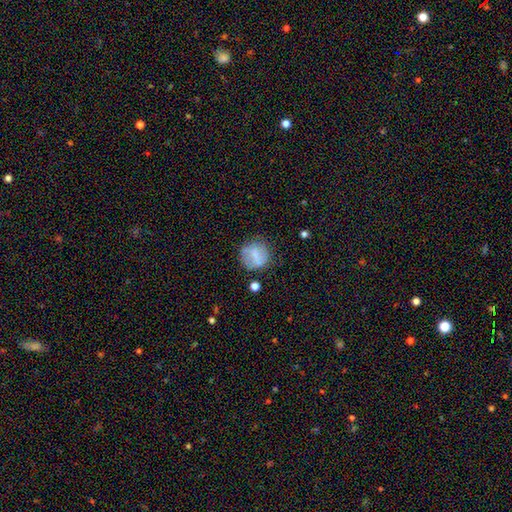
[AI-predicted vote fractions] Smooth or featured: smooth — 62% (featured or disk — 29%)
How rounded: round — 82% (in between — 16%)
Merging: none — 67% (minor disturbance — 20%)